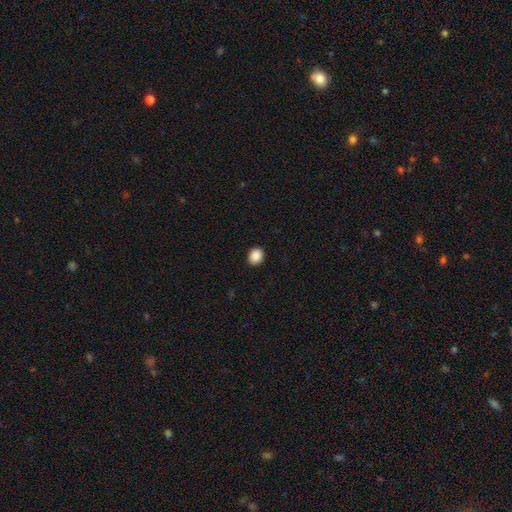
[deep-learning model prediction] Smooth or featured: smooth — 89% (star or artifact — 9%)
How rounded: round — 64% (in between — 35%)
Merging: none — 92% (minor disturbance — 6%)